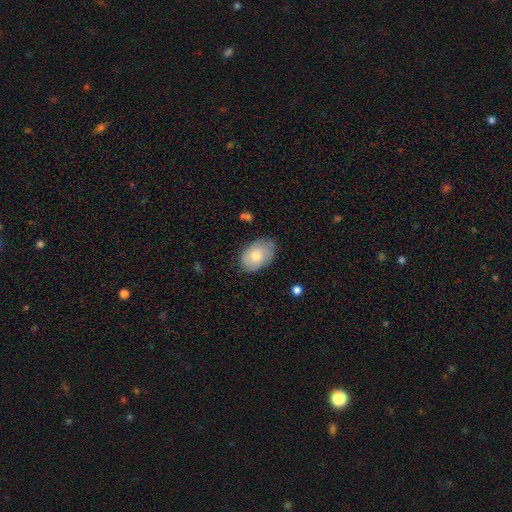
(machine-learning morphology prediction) smooth_or_featured: smooth (p=0.70) [alt: featured or disk p=0.23]
how_rounded: in between (p=0.86) [alt: round p=0.13]
merging: none (p=0.74) [alt: minor disturbance p=0.21]